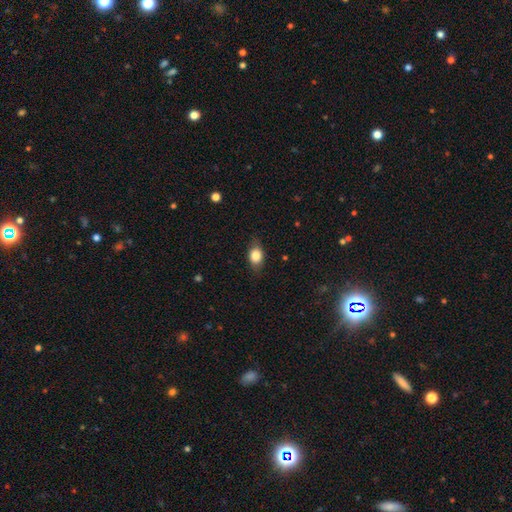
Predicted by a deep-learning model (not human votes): smooth-or-featured: smooth: 79% | featured or disk: 13% | star or artifact: 8%
  how-rounded: in between: 70% | round: 26% | cigar-shaped: 3%
  merging: none: 78% | minor disturbance: 17% | major disturbance: 4% | merger: 1%